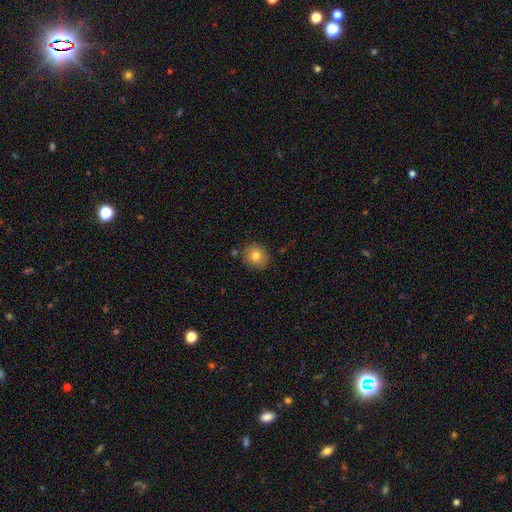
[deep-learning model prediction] The model was most divided on "how rounded": round: 80%, in between: 19%, cigar-shaped: 1%. More confident: merging — none (83%); smooth or featured — smooth (80%).